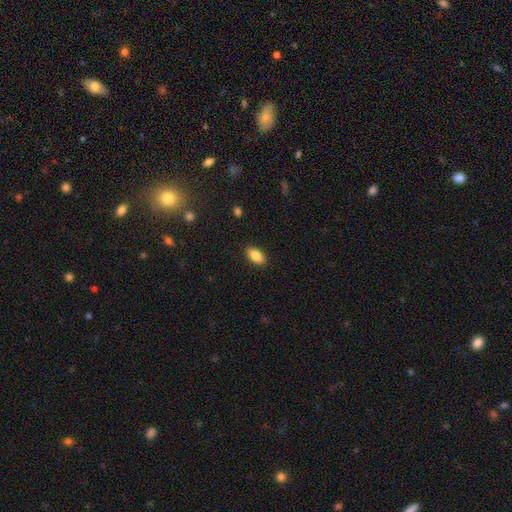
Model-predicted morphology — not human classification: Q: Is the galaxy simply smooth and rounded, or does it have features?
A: smooth — 86%.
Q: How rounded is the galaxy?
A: in between — 91%.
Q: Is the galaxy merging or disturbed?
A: none — 88%.